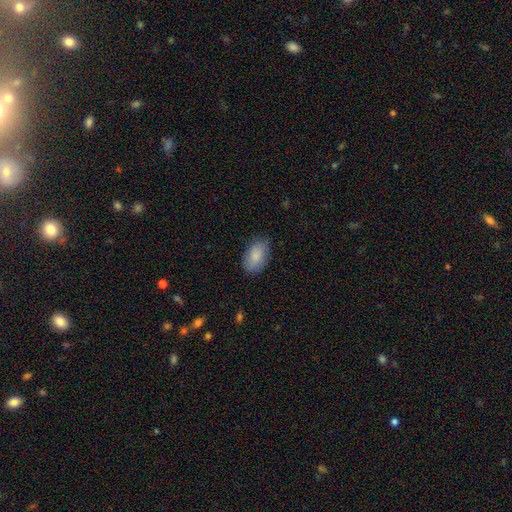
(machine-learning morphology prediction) A smooth galaxy with no disk features (87%) that is in between round and cigar-shaped (92%). Merging: none (79%).